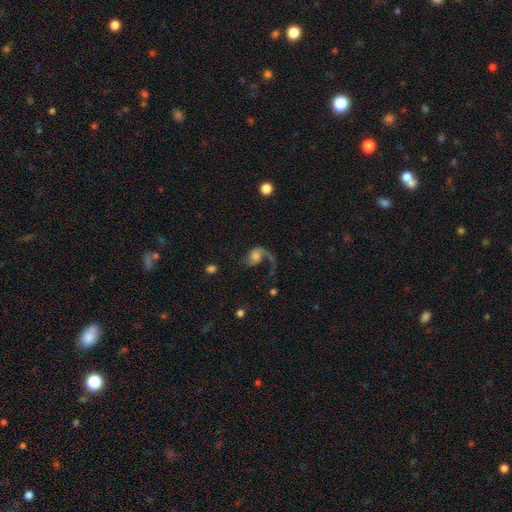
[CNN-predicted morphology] This is likely a featured or disk galaxy (72%). It is clearly not viewed edge-on (97%). Bar: likely no (66%). Spiral arm pattern: clearly yes (92%). Spiral arm count: possibly 1 (55%). Spiral winding: likely loose (72%). Central bulge: marginally moderate (42%). Merging: marginally none (42%).